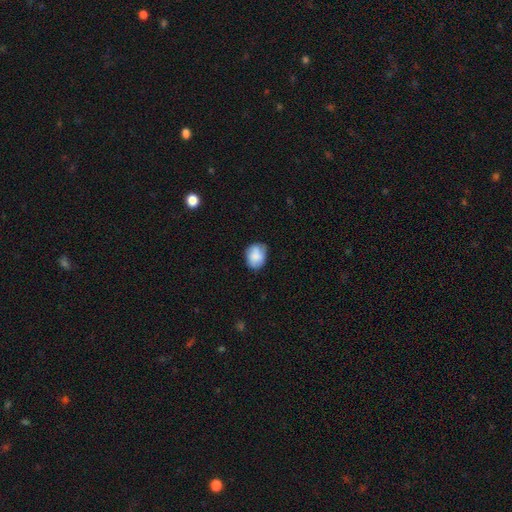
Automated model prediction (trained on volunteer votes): smooth-or-featured: smooth: 82% | featured or disk: 11% | star or artifact: 7%
  how-rounded: in between: 58% | round: 41% | cigar-shaped: 1%
  merging: none: 71% | minor disturbance: 24% | major disturbance: 4% | merger: 1%